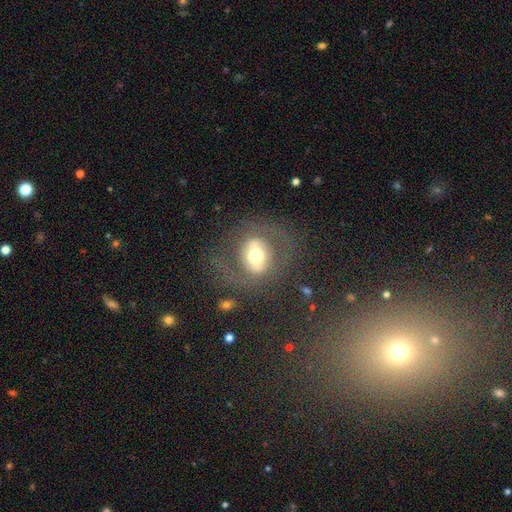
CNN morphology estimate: type=featured or disk (58%); edge-on=no (92%); bar=strong (37%); spiral arms=no (61%); bulge=moderate (62%); merging=none (70%).